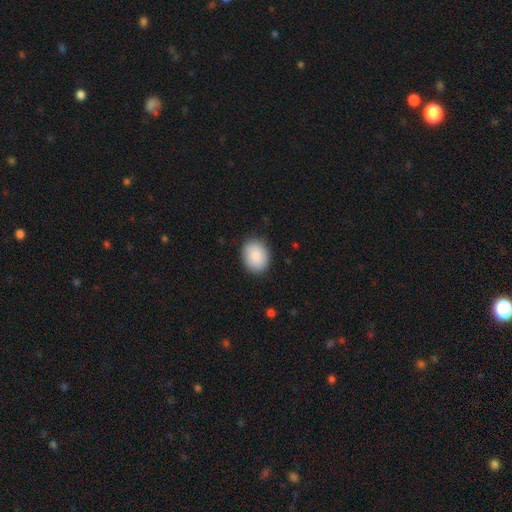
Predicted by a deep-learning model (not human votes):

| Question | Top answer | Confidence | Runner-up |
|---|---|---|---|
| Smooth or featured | smooth | 89% | star or artifact (7%) |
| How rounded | in between | 52% | round (47%) |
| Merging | none | 88% | minor disturbance (9%) |